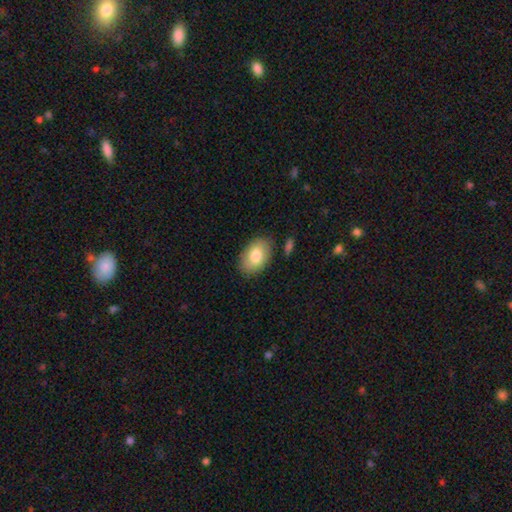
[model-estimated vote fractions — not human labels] Q: Smooth or featured?
A: smooth (80%); runner-up: featured or disk (14%)
Q: How rounded?
A: in between (90%); runner-up: round (9%)
Q: Merging?
A: none (82%); runner-up: minor disturbance (12%)